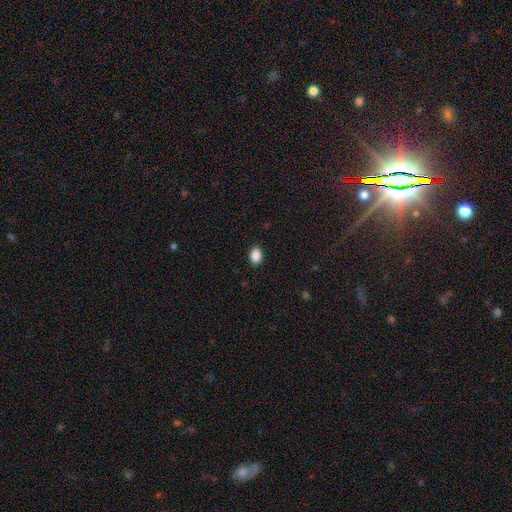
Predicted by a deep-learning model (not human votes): Smooth or featured? Predicted: smooth (p=0.89). How rounded? Predicted: in between (p=0.83). Merging? Predicted: none (p=0.89).